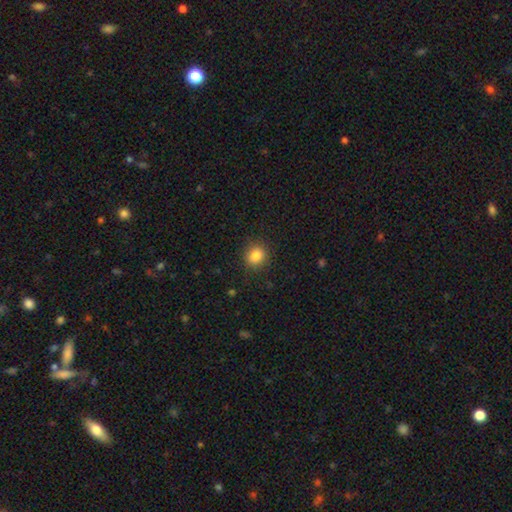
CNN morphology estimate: The model was most divided on "how rounded": round: 82%, in between: 17%, cigar-shaped: 1%. More confident: merging — none (89%); smooth or featured — smooth (84%).